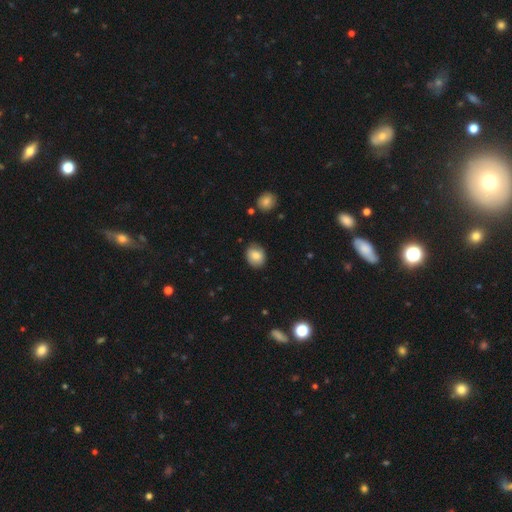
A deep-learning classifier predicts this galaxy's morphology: smooth-or-featured: smooth: 80% | featured or disk: 11% | star or artifact: 9%
  how-rounded: round: 58% | in between: 41% | cigar-shaped: 1%
  merging: none: 84% | minor disturbance: 13% | major disturbance: 2% | merger: 1%